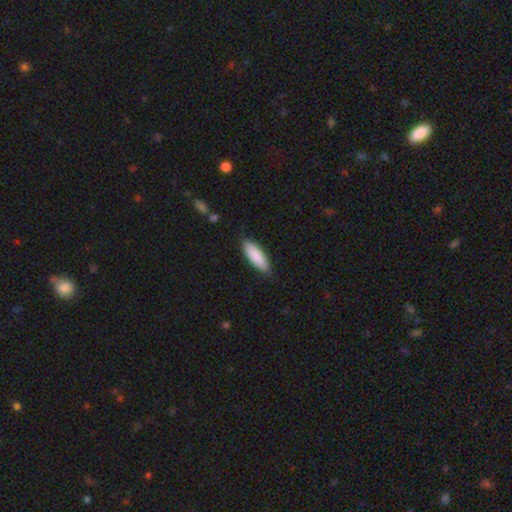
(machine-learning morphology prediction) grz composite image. It shows a smooth galaxy with no disk features (87%) that is in between round and cigar-shaped (54%). Merging: none (83%).